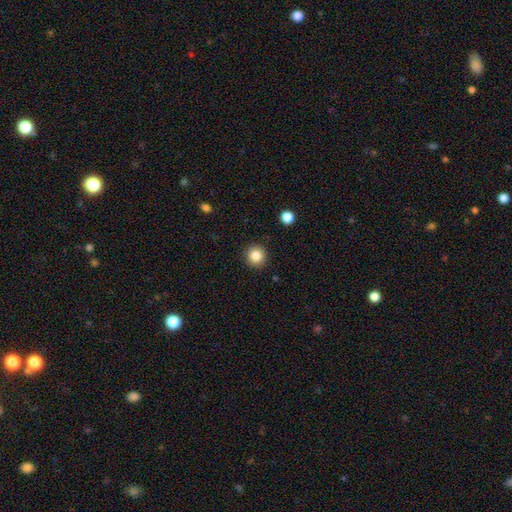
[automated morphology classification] A smooth galaxy with no disk features (84%) that is round (94%). Merging: none (91%).